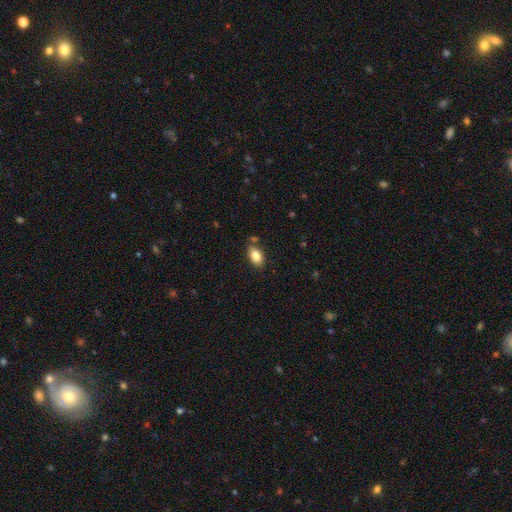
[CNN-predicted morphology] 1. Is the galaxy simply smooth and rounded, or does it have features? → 82% smooth, 10% featured or disk, 8% star or artifact.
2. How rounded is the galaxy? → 92% in between, 6% round, 2% cigar-shaped.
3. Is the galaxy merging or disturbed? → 80% none, 12% minor disturbance, 6% merger, 3% major disturbance.